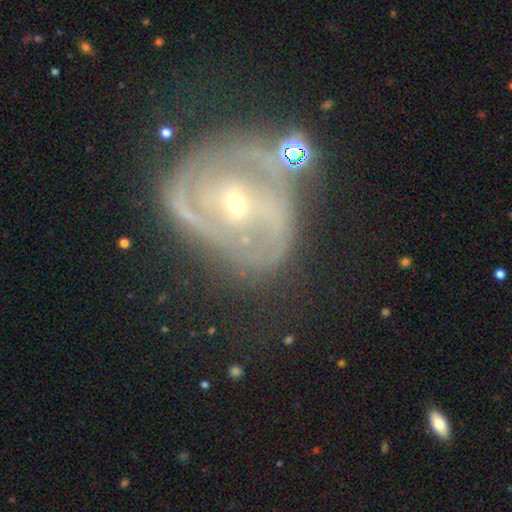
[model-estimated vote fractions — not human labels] Morphology: type=featured or disk (65%); edge-on=no (94%); bar=no (41%); spiral arms=yes (77%); bulge=moderate (49%); merging=none (67%).